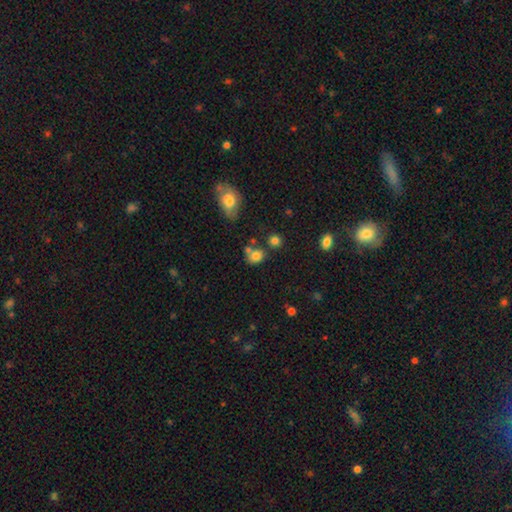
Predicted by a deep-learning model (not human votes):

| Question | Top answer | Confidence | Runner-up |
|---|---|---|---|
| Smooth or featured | smooth | 79% | star or artifact (13%) |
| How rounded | round | 65% | in between (34%) |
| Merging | none | 56% | merger (23%) |